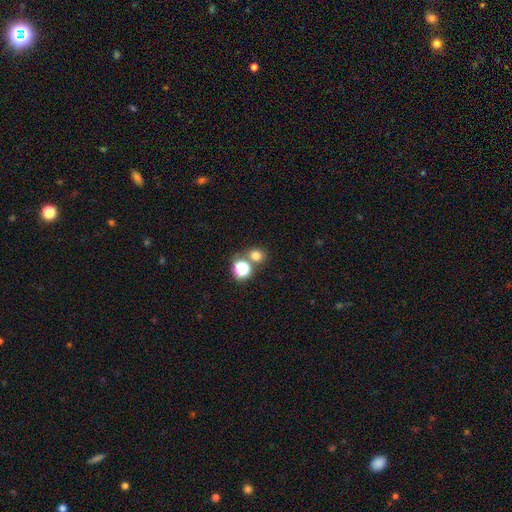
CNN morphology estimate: smooth_or_featured: smooth (p=0.73) [alt: star or artifact p=0.20]
how_rounded: round (p=0.83) [alt: in between p=0.16]
merging: none (p=0.66) [alt: merger p=0.23]